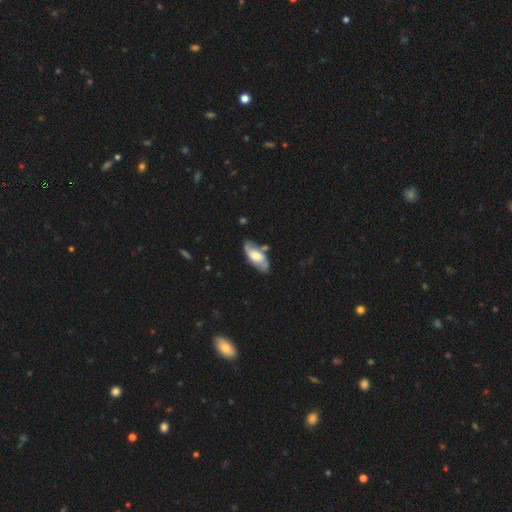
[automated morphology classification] Smooth or featured? Predicted: featured or disk (p=0.53). Edge-on disk? Predicted: no (p=0.83). Merging? Predicted: none (p=0.68).